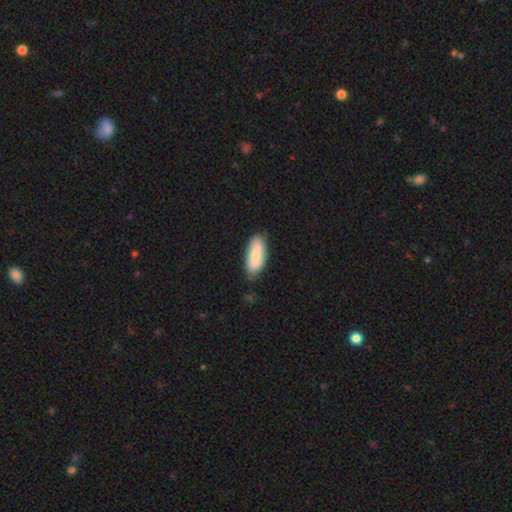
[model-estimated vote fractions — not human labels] Smooth or featured: smooth — 80% (featured or disk — 14%)
How rounded: in between — 82% (cigar-shaped — 17%)
Merging: none — 72% (minor disturbance — 22%)